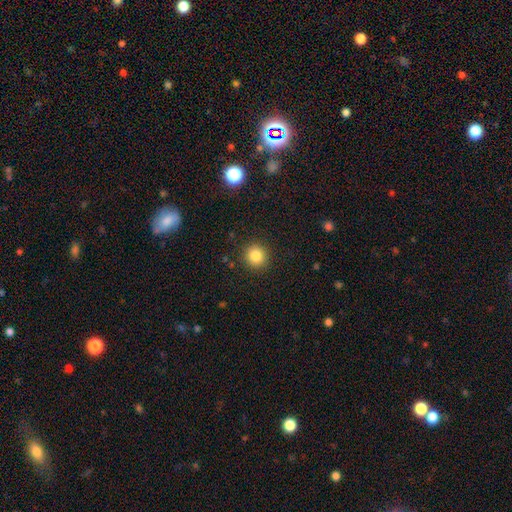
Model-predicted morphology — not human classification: A smooth galaxy with no disk features (84%) that is round (92%).

Vote fractions:
- Smooth or featured? smooth: 84% / star or artifact: 11% / featured or disk: 5%
- How rounded? round: 92% / in between: 7% / cigar-shaped: 1%
- Merging? none: 91% / minor disturbance: 6% / major disturbance: 2% / merger: 1%